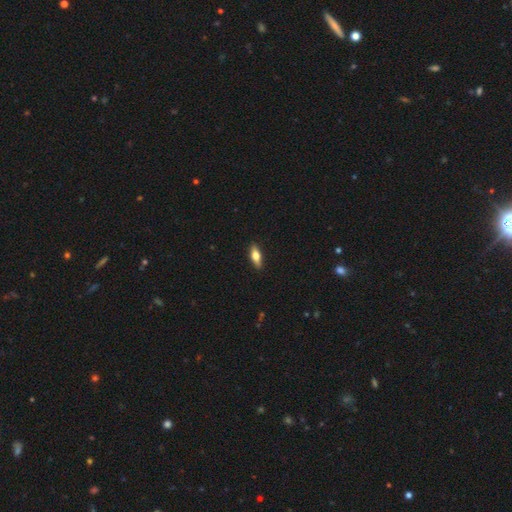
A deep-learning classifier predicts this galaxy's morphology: type=smooth (61%); roundness=in between (62%); merging=none (89%).